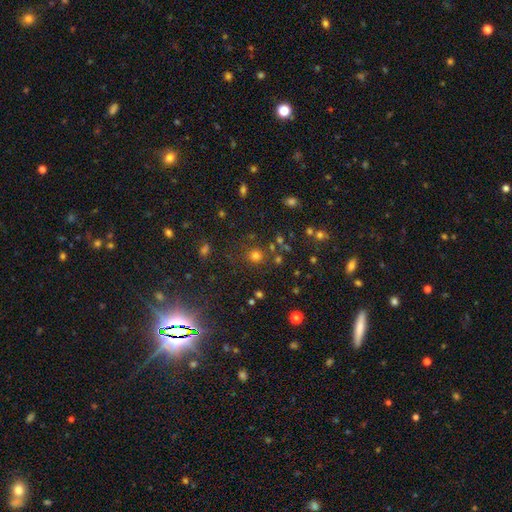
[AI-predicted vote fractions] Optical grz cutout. It shows a smooth galaxy with no disk features (68%) that is round (90%). Merging: none (81%).